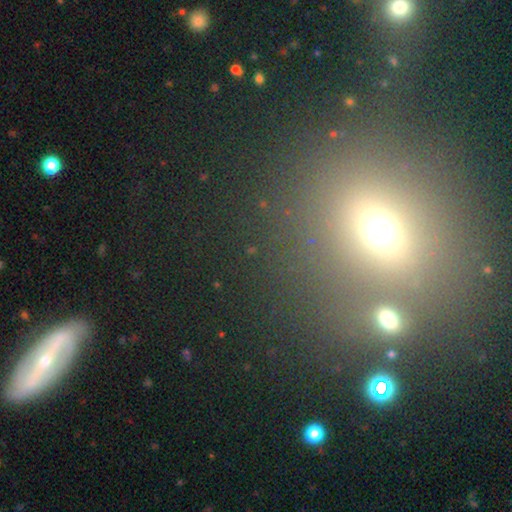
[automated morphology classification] This appears to be a star or artifact, not a galaxy (46%).